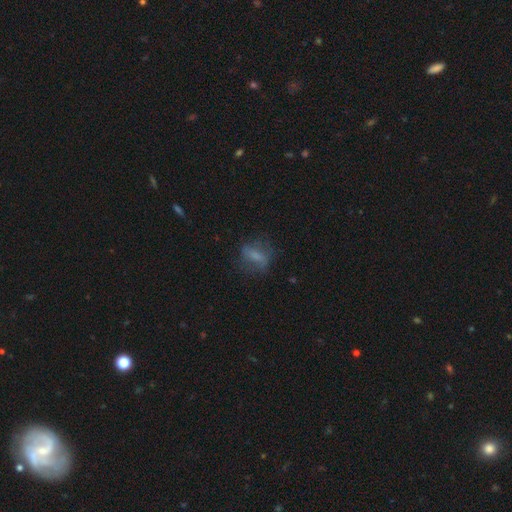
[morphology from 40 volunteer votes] A smooth galaxy with no disk features (45%) that is in between round and cigar-shaped (56%). Merging: none (69%).